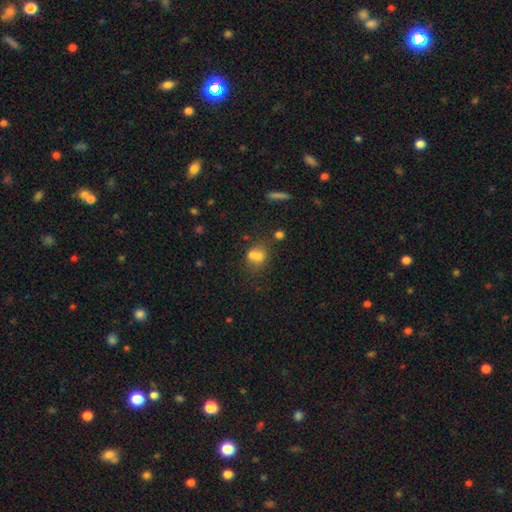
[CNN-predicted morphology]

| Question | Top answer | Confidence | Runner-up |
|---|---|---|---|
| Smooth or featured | smooth | 66% | featured or disk (19%) |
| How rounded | round | 63% | in between (36%) |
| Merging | merger | 50% | none (35%) |